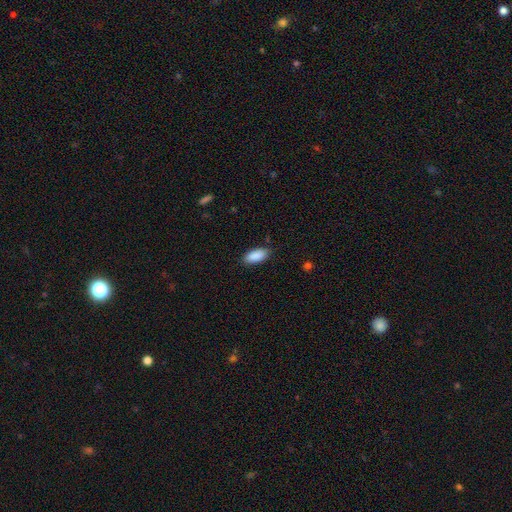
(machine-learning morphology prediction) The model was most divided on "merging": none: 84%, minor disturbance: 12%, major disturbance: 3%, merger: 1%. More confident: smooth or featured — smooth (90%); how rounded — in between (90%).